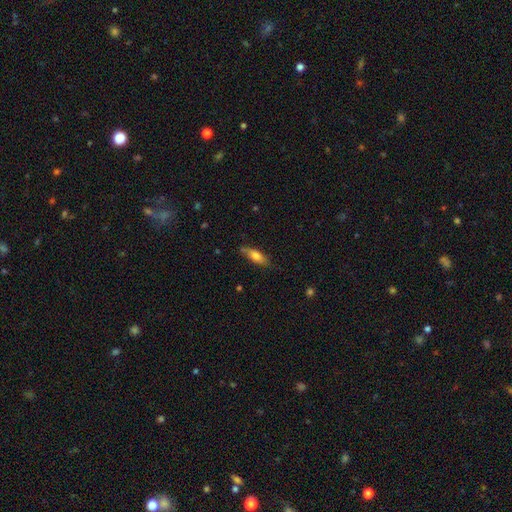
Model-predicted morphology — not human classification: Overall: smooth (68%). How rounded: in between (53%; cigar-shaped 45%). Merging: none (73%).